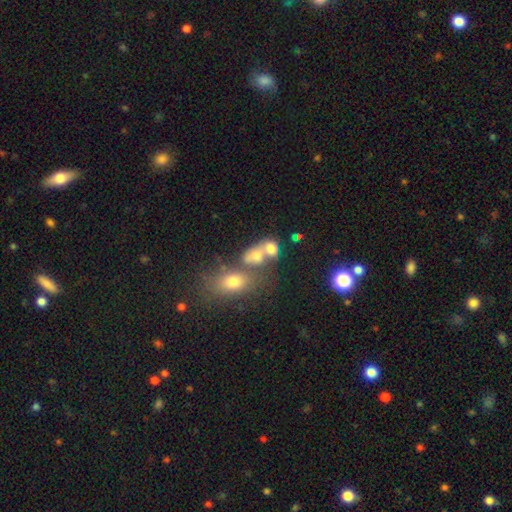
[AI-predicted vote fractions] Smooth or featured? Predicted: smooth (p=0.65). How rounded? Predicted: in between (p=0.66). Merging? Predicted: merger (p=0.56).